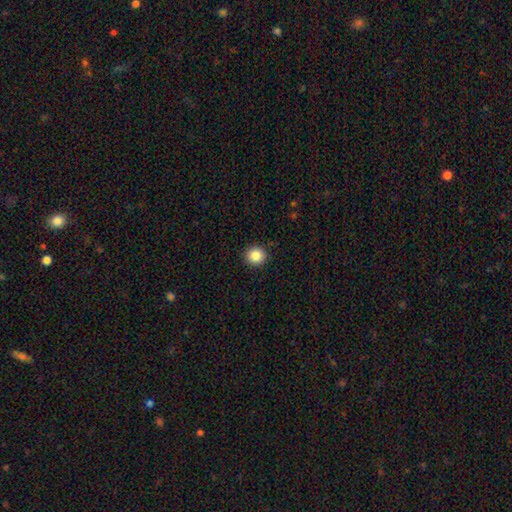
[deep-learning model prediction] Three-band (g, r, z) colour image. It shows a smooth galaxy with no disk features (85%) that is round (89%). Merging: none (92%).